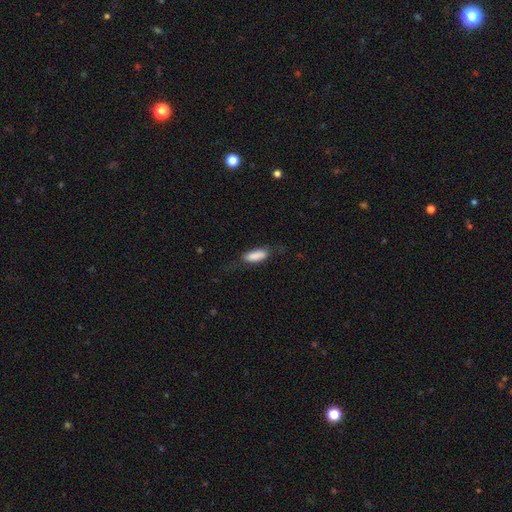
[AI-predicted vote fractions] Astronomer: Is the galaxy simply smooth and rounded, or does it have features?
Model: smooth — 83%.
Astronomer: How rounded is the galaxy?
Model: in between — 64%.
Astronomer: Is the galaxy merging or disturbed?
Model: none — 62%.